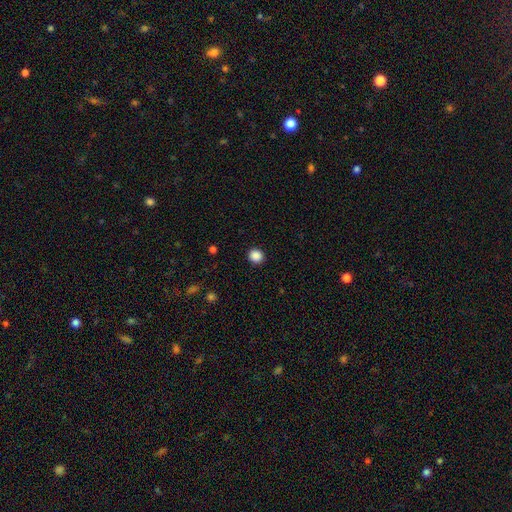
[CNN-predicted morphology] Q: Smooth or featured?
A: smooth (87%); runner-up: star or artifact (10%)
Q: How rounded?
A: round (89%); runner-up: in between (10%)
Q: Merging?
A: none (92%); runner-up: minor disturbance (5%)